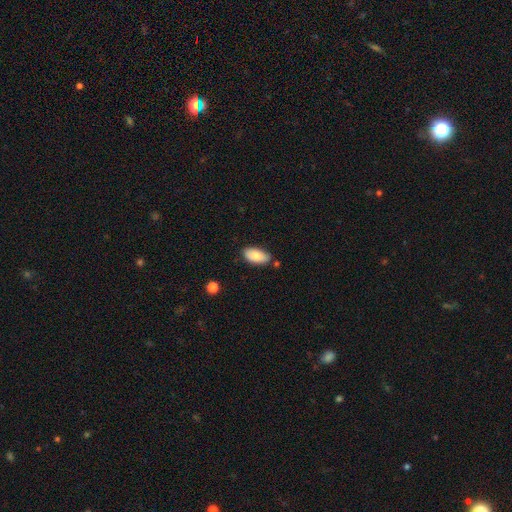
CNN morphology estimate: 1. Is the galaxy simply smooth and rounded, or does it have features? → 83% smooth, 11% featured or disk, 7% star or artifact.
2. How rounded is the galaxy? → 93% in between, 5% cigar-shaped, 2% round.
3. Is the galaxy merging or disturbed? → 76% none, 17% minor disturbance, 4% merger, 3% major disturbance.